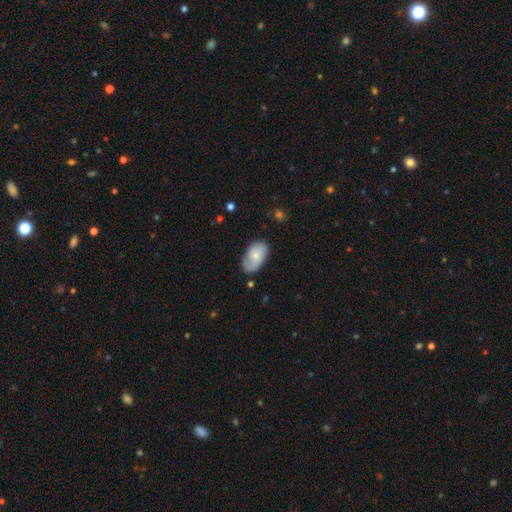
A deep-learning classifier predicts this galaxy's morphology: Smooth or featured: smooth — 64% (featured or disk — 30%)
How rounded: in between — 93% (round — 6%)
Merging: none — 67% (minor disturbance — 24%)